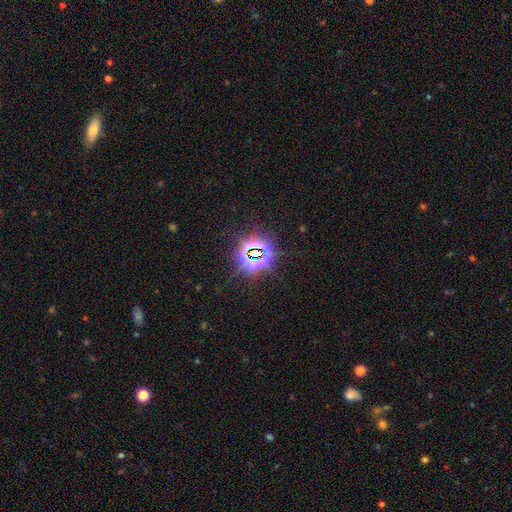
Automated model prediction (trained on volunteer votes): Q: Smooth or featured?
A: star or artifact (82%); runner-up: smooth (11%)